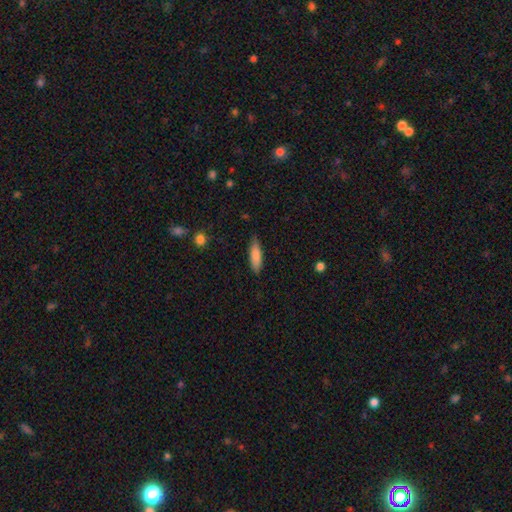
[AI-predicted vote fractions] The model was most divided on "how rounded": cigar-shaped: 58%, in between: 41%, round: 2%. More confident: smooth or featured — smooth (84%); merging — none (82%).